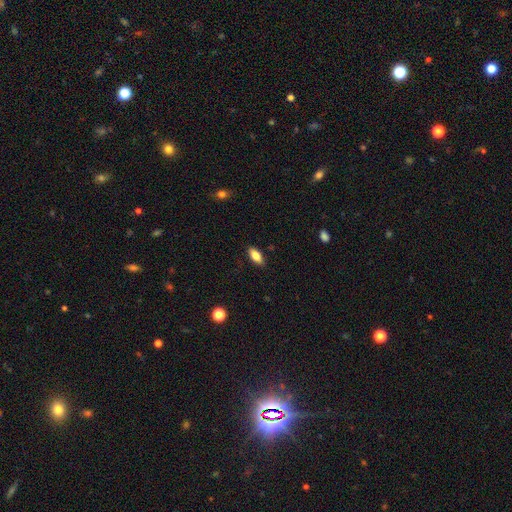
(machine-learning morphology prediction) A smooth galaxy with no disk features (79%) that is in between round and cigar-shaped (85%).

Vote fractions:
- Smooth or featured? smooth: 79% / featured or disk: 13% / star or artifact: 7%
- How rounded? in between: 85% / cigar-shaped: 13% / round: 3%
- Merging? none: 86% / minor disturbance: 10% / major disturbance: 2% / merger: 1%